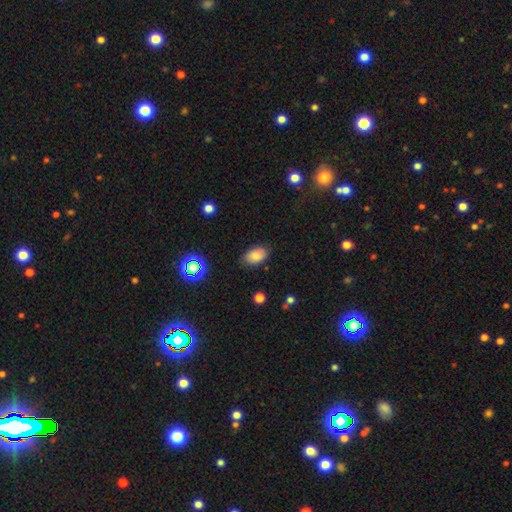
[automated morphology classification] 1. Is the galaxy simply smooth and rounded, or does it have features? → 79% smooth, 11% star or artifact, 10% featured or disk.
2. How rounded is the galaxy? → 89% in between, 10% round, 1% cigar-shaped.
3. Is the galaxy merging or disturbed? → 80% none, 15% minor disturbance, 3% major disturbance, 1% merger.